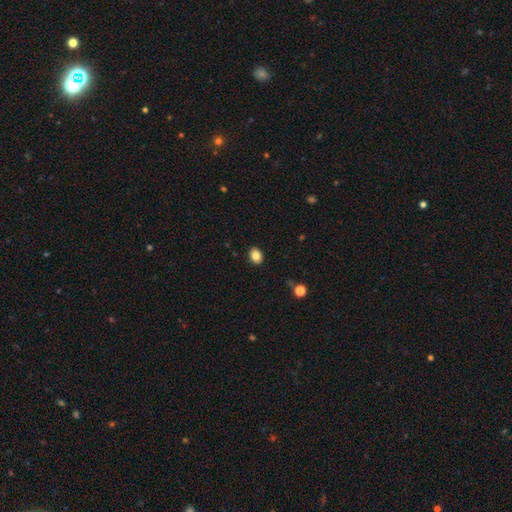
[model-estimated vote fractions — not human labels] This is clearly a smooth galaxy (85%). How rounded: likely in between (62%). Merging: clearly none (89%).